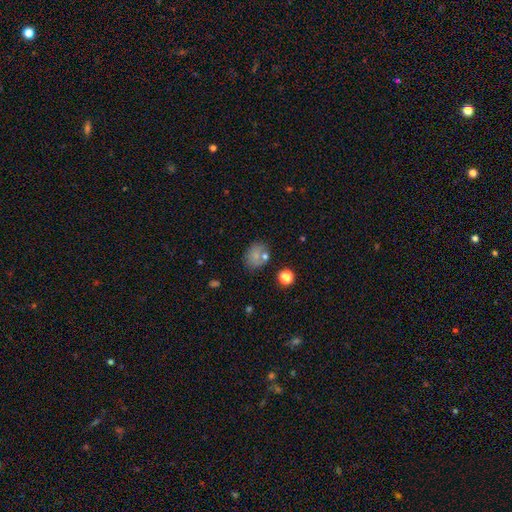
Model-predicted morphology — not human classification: type=smooth (72%); roundness=in between (56%); merging=none (63%).